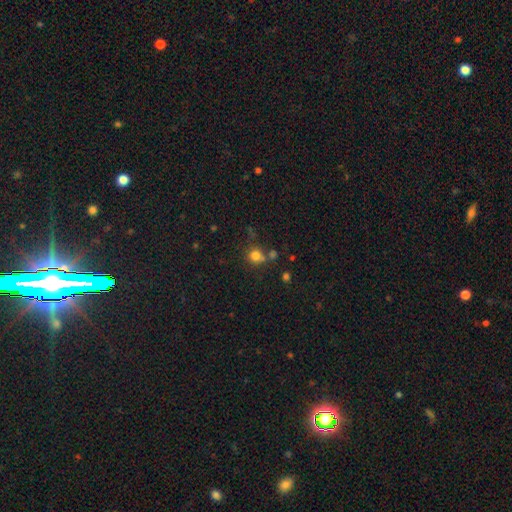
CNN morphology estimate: smooth 78%, star or artifact 15%, featured or disk 7%. Down the decision tree: how rounded — round (88%); merging — none (63%).